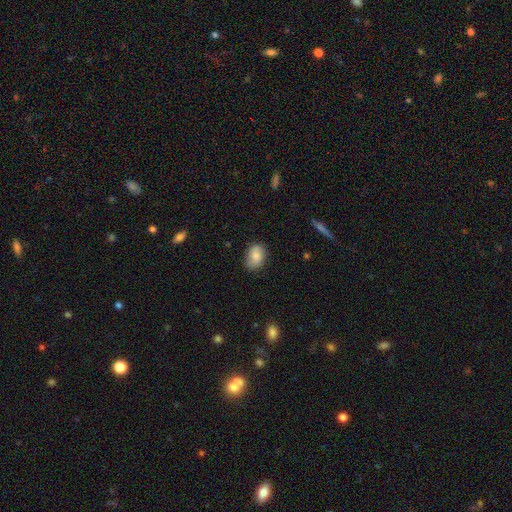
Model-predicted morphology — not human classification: Q: Smooth or featured?
A: smooth (76%); runner-up: featured or disk (17%)
Q: How rounded?
A: in between (77%); runner-up: round (22%)
Q: Merging?
A: none (75%); runner-up: minor disturbance (20%)